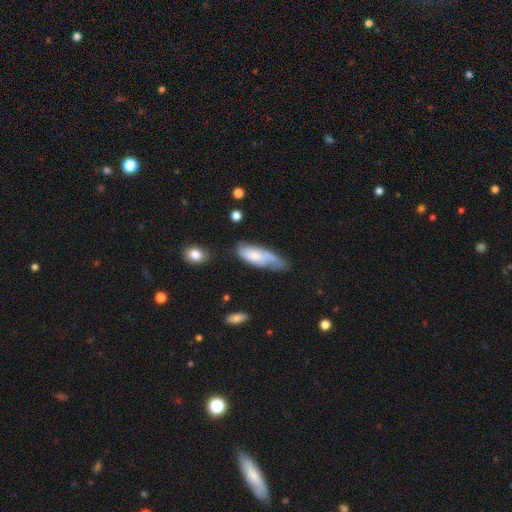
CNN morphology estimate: Smooth or featured? smooth (58%)
How rounded? in between (69%)
Merging? minor disturbance (37%, tied with none)